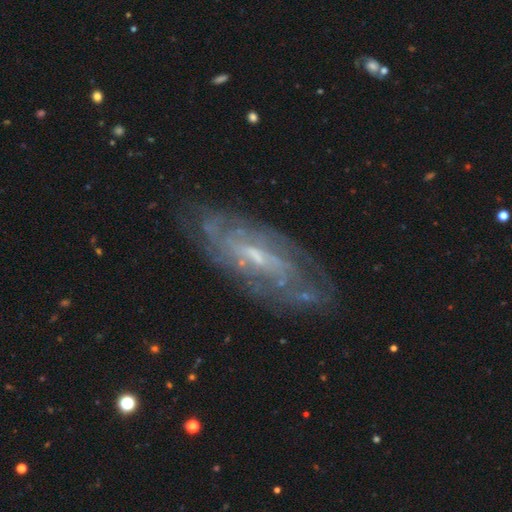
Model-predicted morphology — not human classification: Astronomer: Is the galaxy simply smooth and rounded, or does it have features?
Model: featured or disk — 82%.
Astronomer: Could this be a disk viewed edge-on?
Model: no — 87%.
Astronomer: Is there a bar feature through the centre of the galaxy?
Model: weak — 50% (runner-up: no, 33%).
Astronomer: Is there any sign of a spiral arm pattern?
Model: yes — 87%.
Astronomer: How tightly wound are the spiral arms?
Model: tight — 62%.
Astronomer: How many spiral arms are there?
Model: can't tell — 58%.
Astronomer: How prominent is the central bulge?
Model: small — 66%.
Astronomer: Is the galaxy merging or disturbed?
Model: none — 77%.